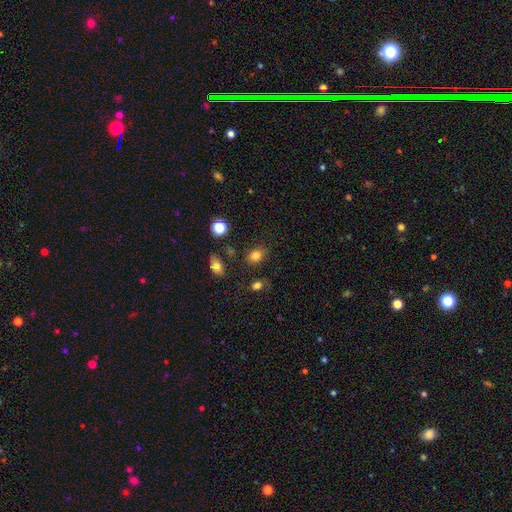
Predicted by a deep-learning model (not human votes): Smooth or featured? Predicted: smooth (p=0.81). How rounded? Predicted: in between (p=0.55). Merging? Predicted: none (p=0.78).